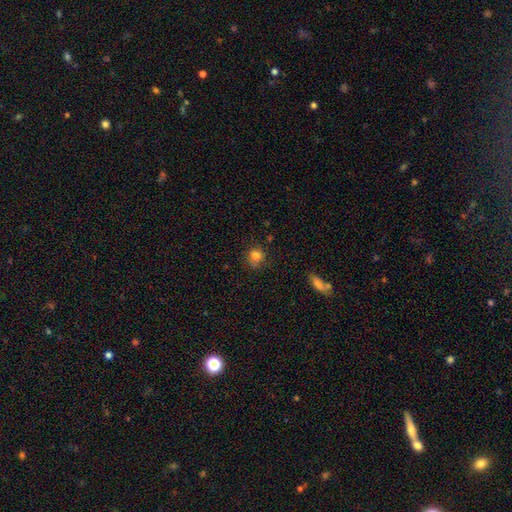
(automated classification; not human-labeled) Overall: smooth (82%). How rounded: round (80%). Merging: none (72%).